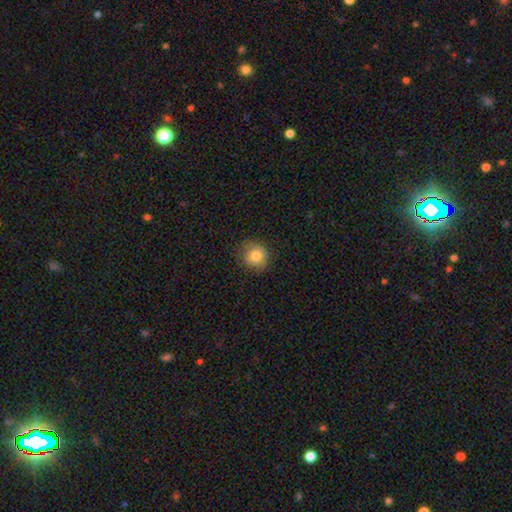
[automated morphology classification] type=smooth (81%); roundness=round (89%); merging=none (86%).